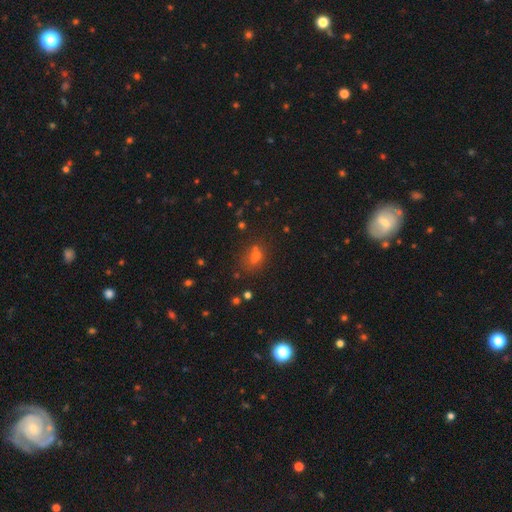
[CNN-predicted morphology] Smooth or featured: smooth — 59% (star or artifact — 28%)
How rounded: in between — 53% (round — 44%)
Merging: none — 53% (merger — 25%)